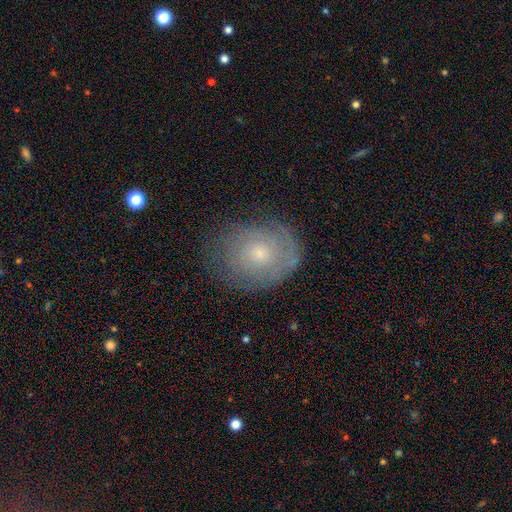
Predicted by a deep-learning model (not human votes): Overall: featured or disk (46%; smooth 42%). Merging: none (74%).